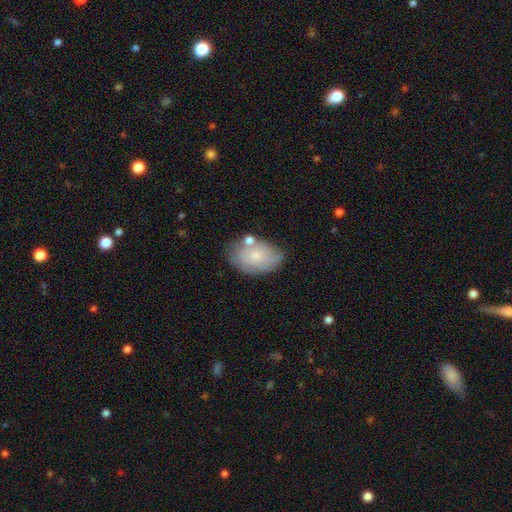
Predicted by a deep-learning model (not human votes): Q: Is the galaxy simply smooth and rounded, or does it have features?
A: smooth — 67%.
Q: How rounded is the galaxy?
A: in between — 87%.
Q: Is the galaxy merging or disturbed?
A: none — 59%.